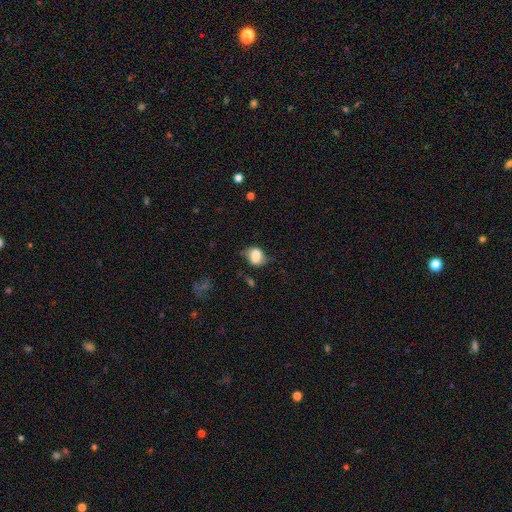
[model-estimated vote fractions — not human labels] A smooth galaxy with no disk features (70%) that is in between round and cigar-shaped (61%). Merging: none (53%).